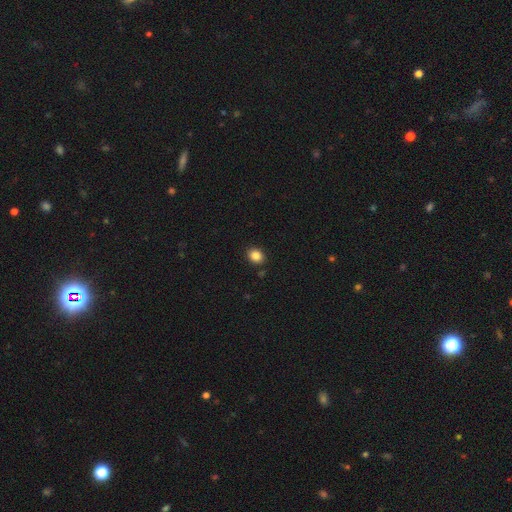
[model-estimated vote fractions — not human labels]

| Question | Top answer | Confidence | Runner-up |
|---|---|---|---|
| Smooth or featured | smooth | 85% | star or artifact (10%) |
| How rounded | round | 59% | in between (40%) |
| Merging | none | 89% | minor disturbance (7%) |